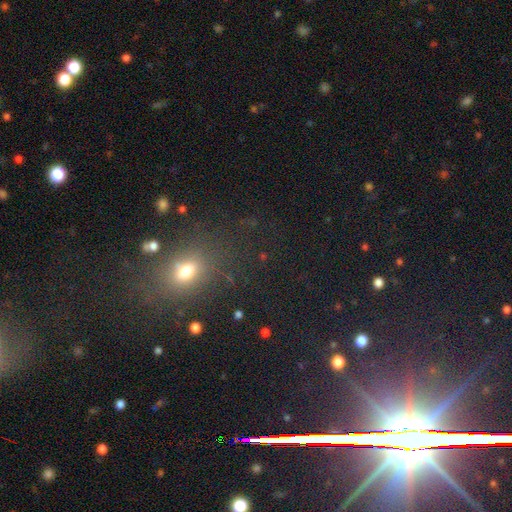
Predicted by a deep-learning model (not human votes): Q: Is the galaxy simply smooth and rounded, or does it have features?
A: star or artifact — 49%.